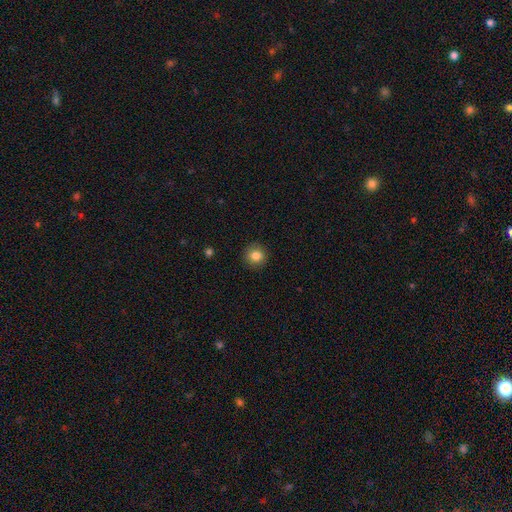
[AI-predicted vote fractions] Q: Smooth or featured?
A: smooth (84%); runner-up: star or artifact (10%)
Q: How rounded?
A: round (93%); runner-up: in between (6%)
Q: Merging?
A: none (91%); runner-up: minor disturbance (6%)